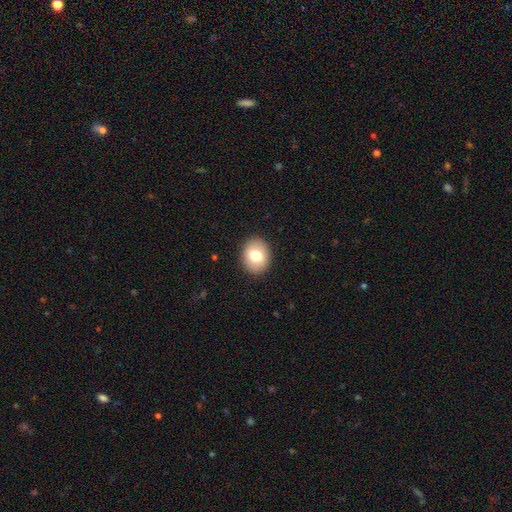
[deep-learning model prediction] smooth 76%, featured or disk 16%, star or artifact 8%. Down the decision tree: how rounded — round (50%); merging — none (90%).